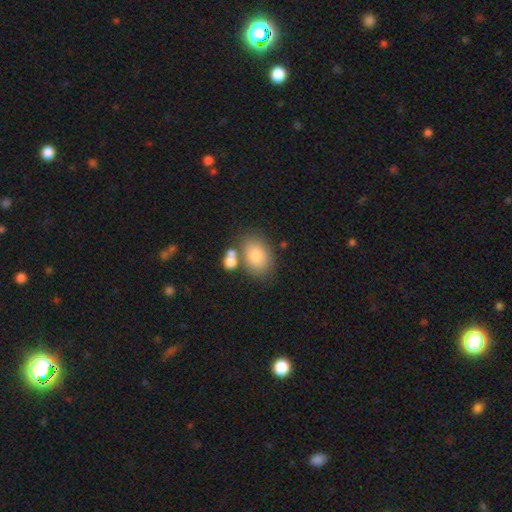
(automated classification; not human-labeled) smooth 79%, featured or disk 12%, star or artifact 9%. Down the decision tree: how rounded — in between (78%); merging — none (68%).